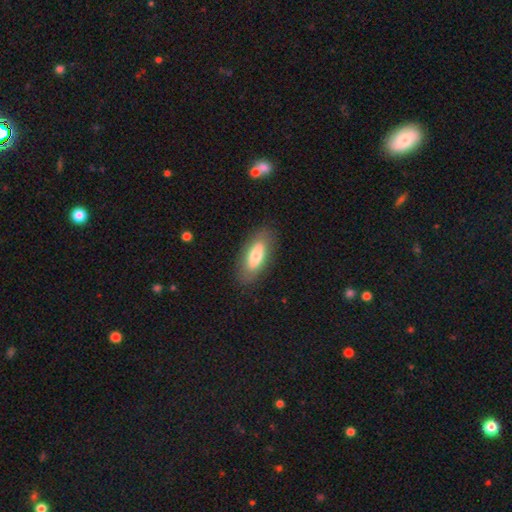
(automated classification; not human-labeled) This is likely a smooth galaxy (70%). How rounded: clearly in between (81%). Merging: clearly none (84%).